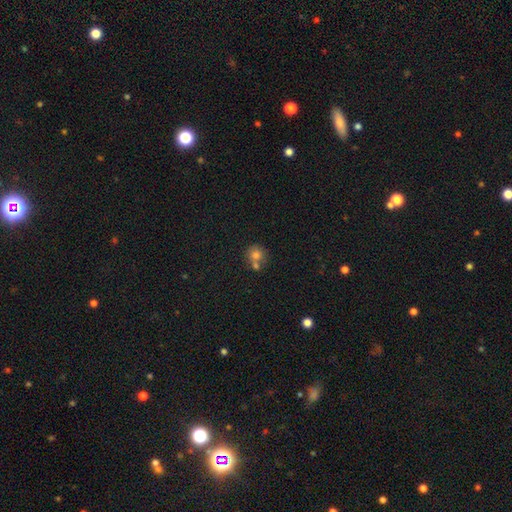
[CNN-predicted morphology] Smooth or featured?
  - smooth: 72% *
  - star or artifact: 15%
  - featured or disk: 13%
How rounded?
  - round: 84% *
  - in between: 15%
  - cigar-shaped: 1%
Merging?
  - none: 49% *
  - merger: 38%
  - minor disturbance: 9%
  - major disturbance: 4%